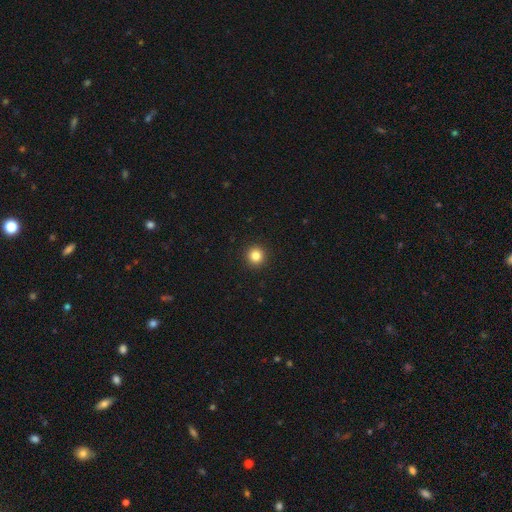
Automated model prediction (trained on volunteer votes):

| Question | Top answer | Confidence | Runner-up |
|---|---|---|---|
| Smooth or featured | smooth | 84% | star or artifact (12%) |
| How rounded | round | 95% | in between (4%) |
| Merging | none | 93% | minor disturbance (4%) |